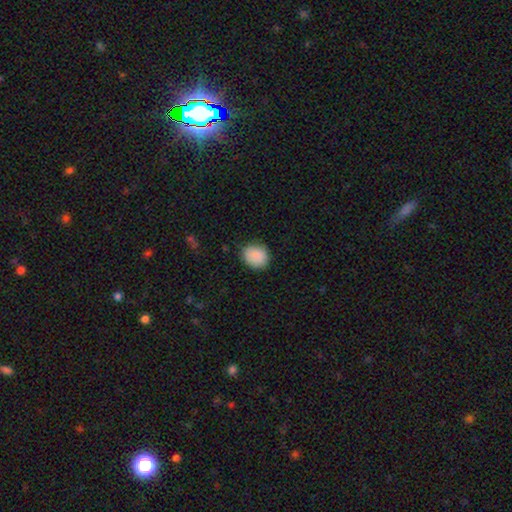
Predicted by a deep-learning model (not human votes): A smooth galaxy with no disk features (89%) that is round (63%).

Vote fractions:
- Smooth or featured? smooth: 89% / star or artifact: 7% / featured or disk: 4%
- How rounded? round: 63% / in between: 36% / cigar-shaped: 1%
- Merging? none: 83% / minor disturbance: 13% / major disturbance: 3% / merger: 1%